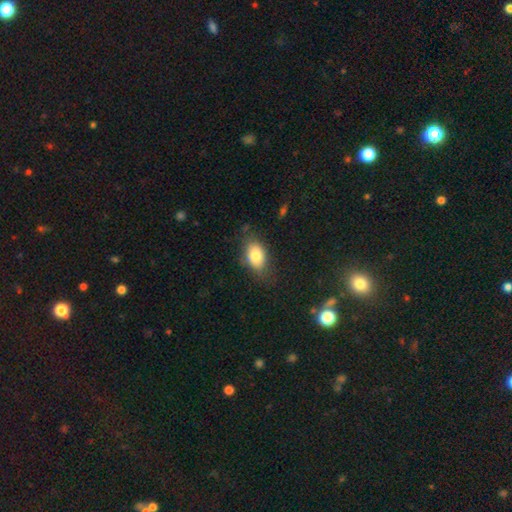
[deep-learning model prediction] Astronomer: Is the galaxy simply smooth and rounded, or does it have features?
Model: smooth — 79%.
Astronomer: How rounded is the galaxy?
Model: in between — 86%.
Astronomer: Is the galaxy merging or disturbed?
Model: none — 70%.